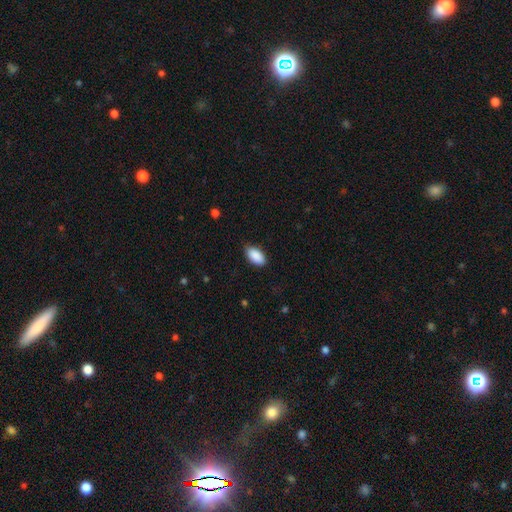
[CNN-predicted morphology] Smooth or featured? smooth (90%)
How rounded? in between (94%)
Merging? none (83%)